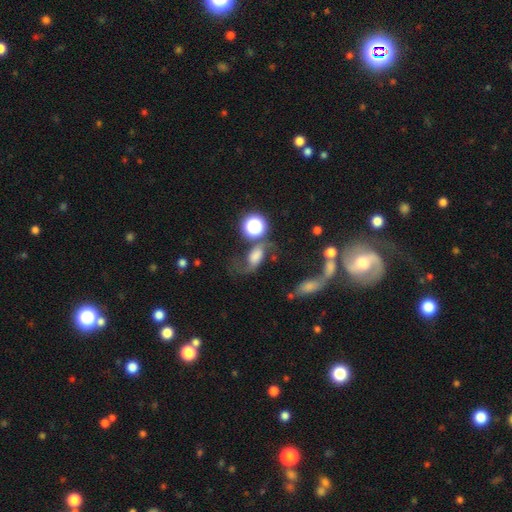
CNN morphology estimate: This is marginally a featured or disk galaxy (43%). Merging: marginally none (34%).